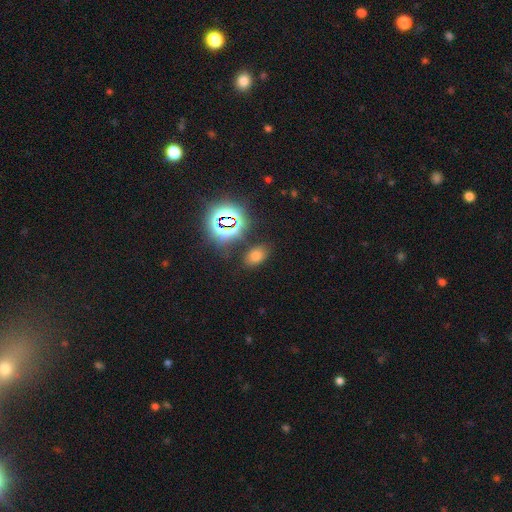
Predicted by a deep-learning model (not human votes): Overall: smooth (64%; star or artifact 28%). How rounded: in between (83%). Merging: none (82%).